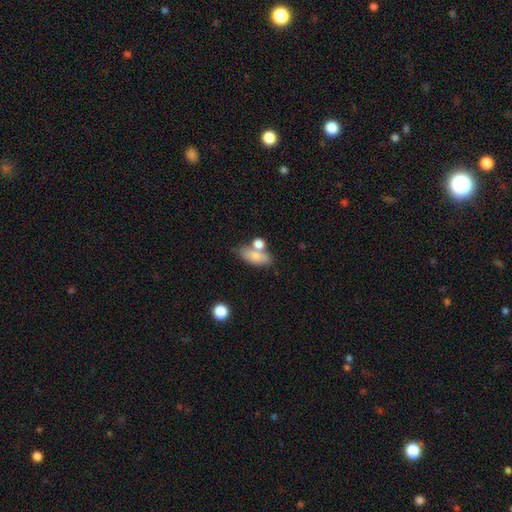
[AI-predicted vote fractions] smooth 75%, featured or disk 17%, star or artifact 8%. Down the decision tree: how rounded — in between (78%); merging — none (54%).